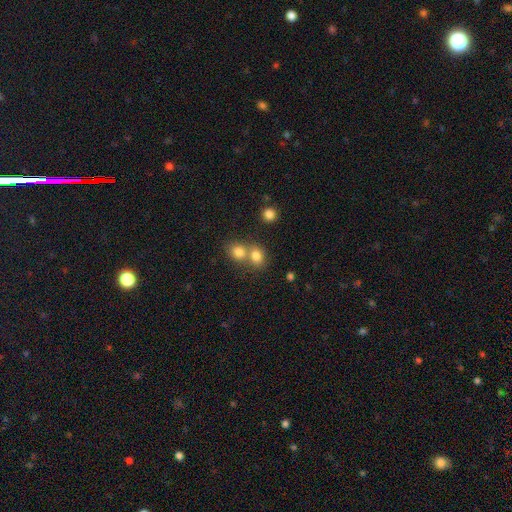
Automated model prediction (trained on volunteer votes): Smooth or featured? smooth (79%)
How rounded? round (60%)
Merging? merger (50%)